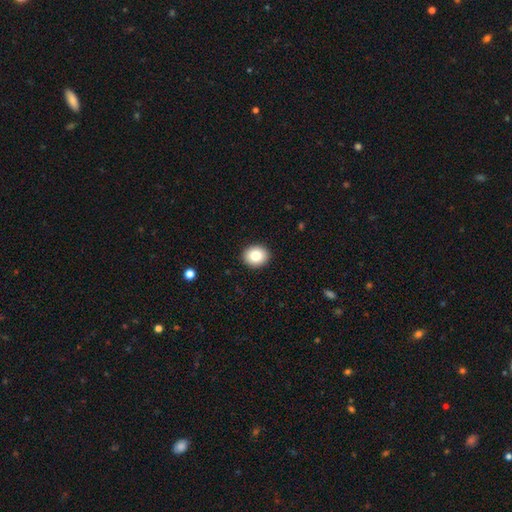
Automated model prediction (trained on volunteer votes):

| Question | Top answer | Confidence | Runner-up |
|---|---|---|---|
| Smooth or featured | smooth | 82% | featured or disk (9%) |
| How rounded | round | 68% | in between (31%) |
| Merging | none | 92% | minor disturbance (6%) |